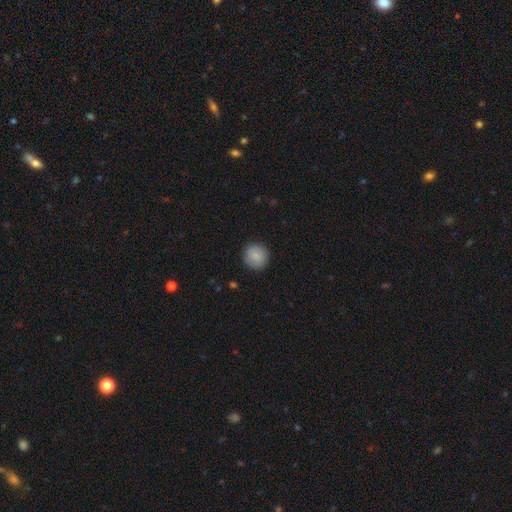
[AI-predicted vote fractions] A smooth galaxy with no disk features (84%) that is round (93%).

Vote fractions:
- Smooth or featured? smooth: 84% / featured or disk: 9% / star or artifact: 7%
- How rounded? round: 93% / in between: 6% / cigar-shaped: 1%
- Merging? none: 89% / minor disturbance: 8% / major disturbance: 2% / merger: 1%